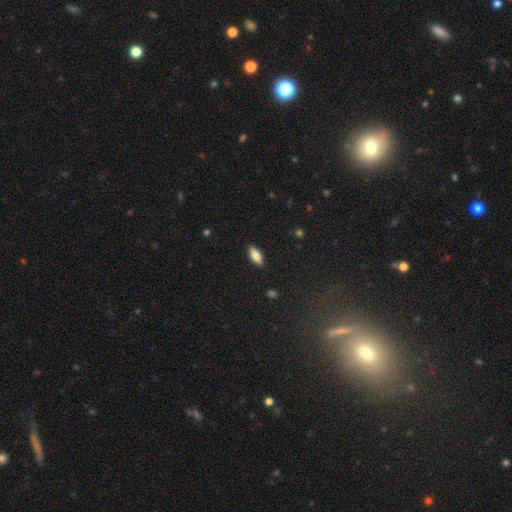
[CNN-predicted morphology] A smooth galaxy with no disk features (77%) that is in between round and cigar-shaped (74%).

Vote fractions:
- Smooth or featured? smooth: 77% / featured or disk: 17% / star or artifact: 7%
- How rounded? in between: 74% / cigar-shaped: 23% / round: 2%
- Merging? none: 88% / minor disturbance: 9% / major disturbance: 2% / merger: 1%